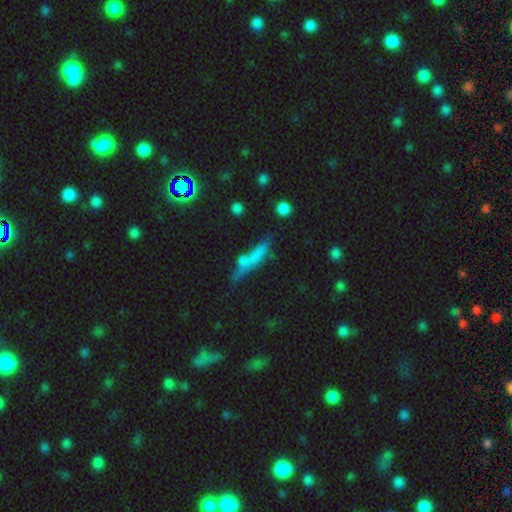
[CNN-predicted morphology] type=smooth (57%); roundness=cigar-shaped (76%); merging=none (57%).